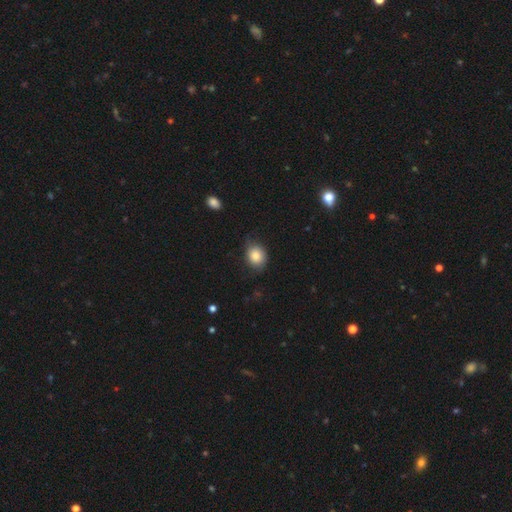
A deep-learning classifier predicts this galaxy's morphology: Smooth or featured? Predicted: smooth (p=0.83). How rounded? Predicted: round (p=0.51). Merging? Predicted: none (p=0.71).